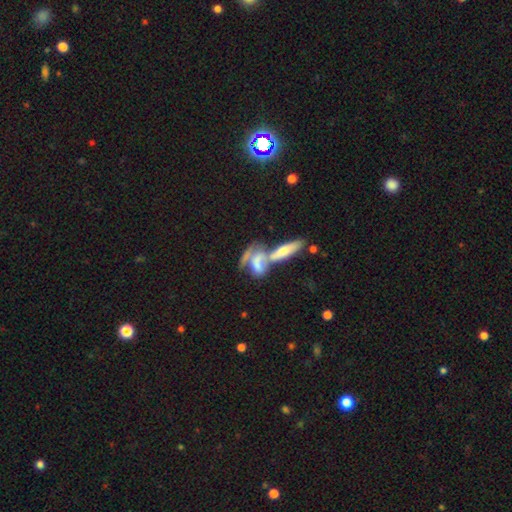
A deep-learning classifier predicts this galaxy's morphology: type=featured or disk (54%); edge-on=no (67%); merging=merger (57%).